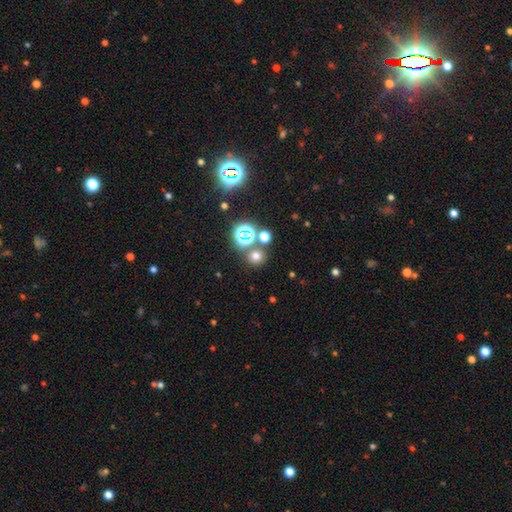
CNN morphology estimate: The model was most divided on "smooth or featured": smooth: 62%, star or artifact: 31%, featured or disk: 7%. More confident: how rounded — round (90%); merging — none (76%).